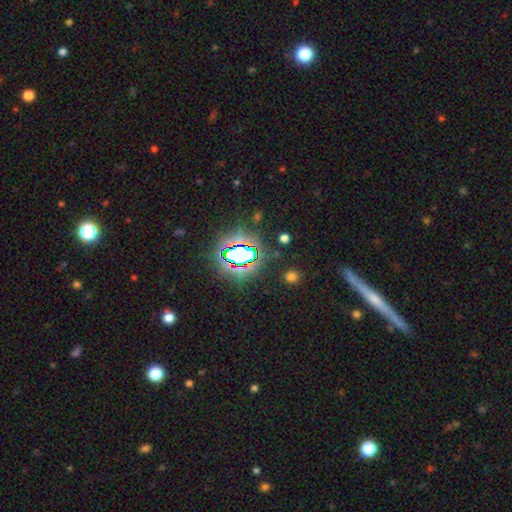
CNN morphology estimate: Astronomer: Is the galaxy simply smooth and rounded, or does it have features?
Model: star or artifact — 73%.